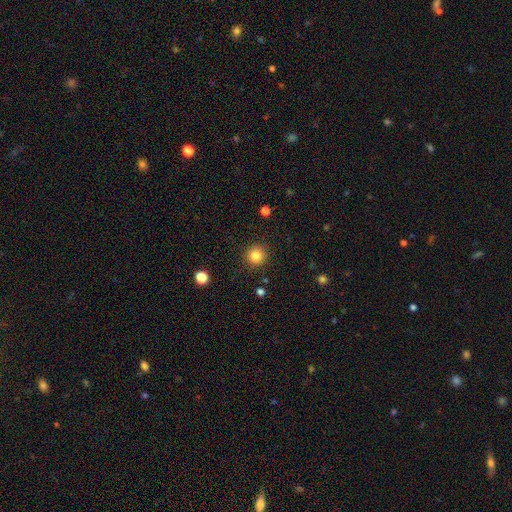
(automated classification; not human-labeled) Morphology: type=smooth (84%); roundness=round (92%); merging=none (90%).